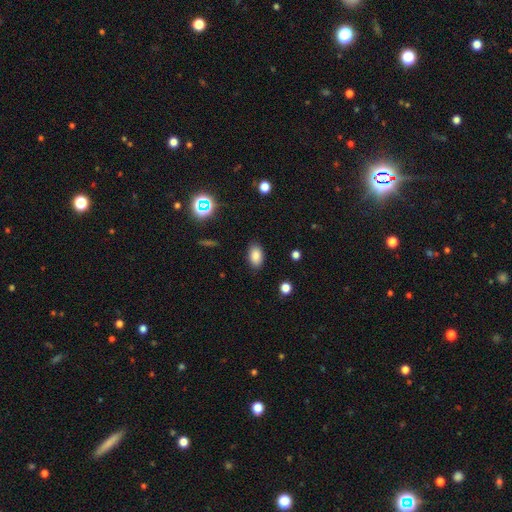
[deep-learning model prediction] Smooth or featured? Predicted: smooth (p=0.85). How rounded? Predicted: in between (p=0.90). Merging? Predicted: none (p=0.86).